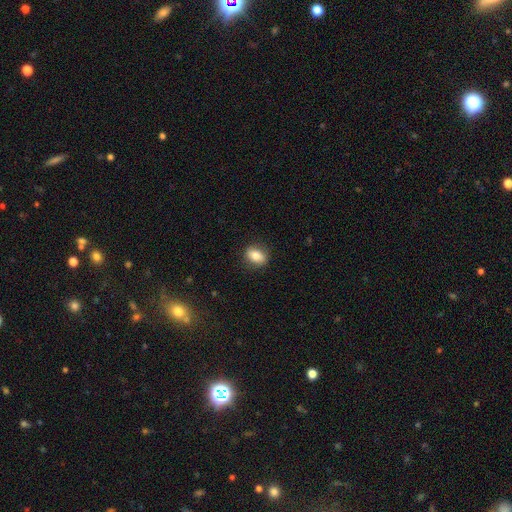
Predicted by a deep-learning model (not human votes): Q: Smooth or featured?
A: smooth (76%); runner-up: featured or disk (16%)
Q: How rounded?
A: in between (69%); runner-up: round (28%)
Q: Merging?
A: none (86%); runner-up: minor disturbance (10%)